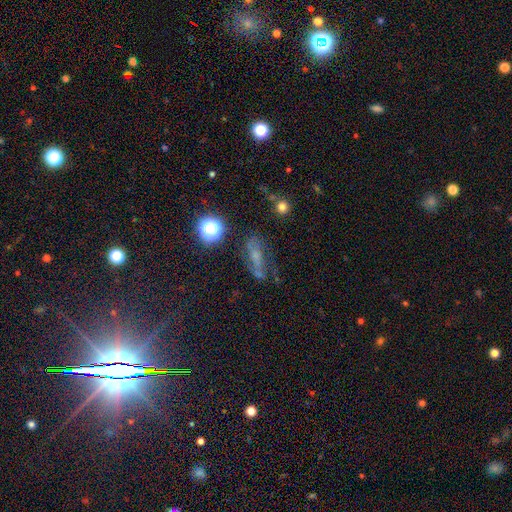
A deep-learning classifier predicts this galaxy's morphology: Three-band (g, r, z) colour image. It shows a smooth galaxy with no disk features (37%). Merging: none (52%).